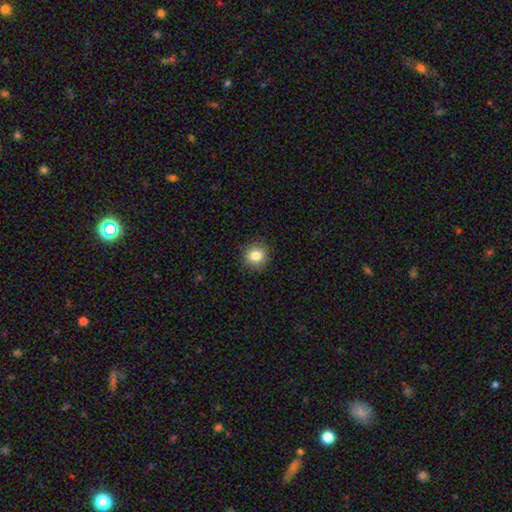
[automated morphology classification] This is clearly a smooth galaxy (83%). How rounded: clearly round (85%). Merging: clearly none (90%).